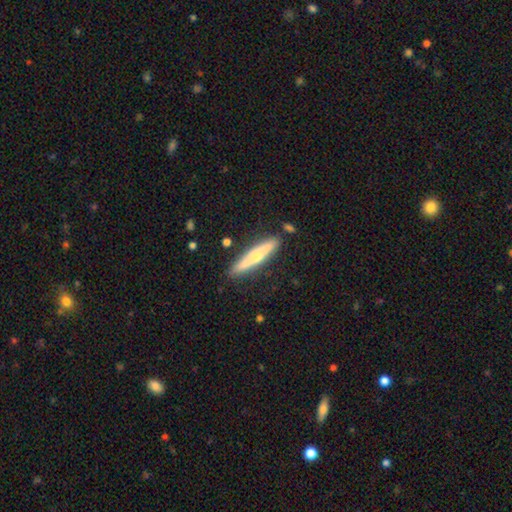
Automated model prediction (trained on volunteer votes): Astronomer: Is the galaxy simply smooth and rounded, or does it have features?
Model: featured or disk — 48% (runner-up: smooth, 46%).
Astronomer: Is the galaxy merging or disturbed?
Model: none — 85%.